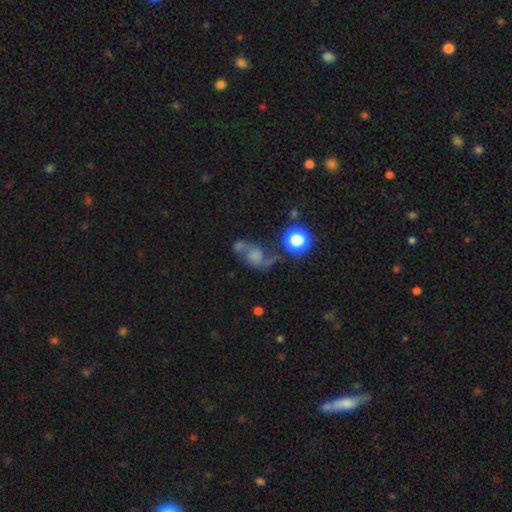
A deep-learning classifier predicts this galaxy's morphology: A featured or disk galaxy (50%). Merging: none (37%).